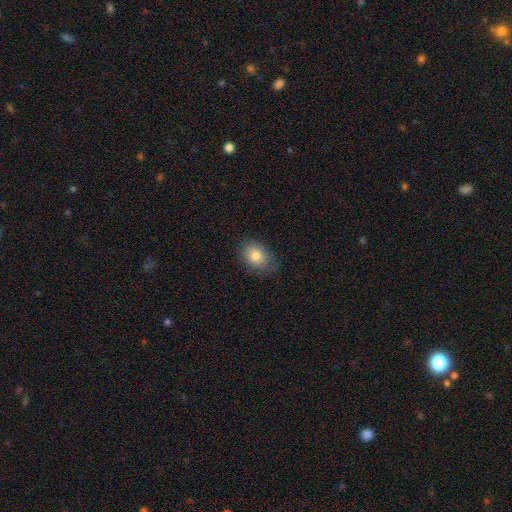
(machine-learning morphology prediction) type=smooth (81%); roundness=in between (72%); merging=none (78%).